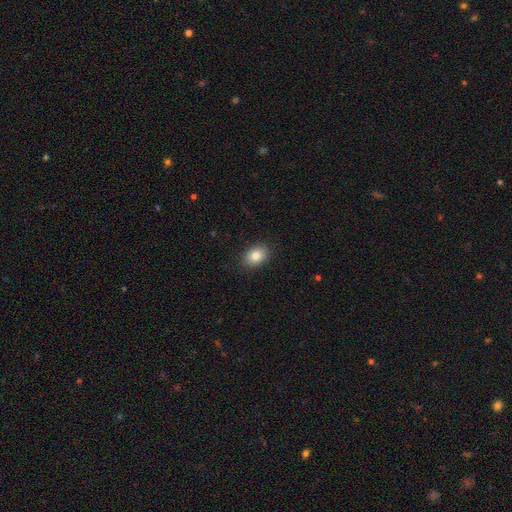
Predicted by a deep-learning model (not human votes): Smooth or featured? Predicted: smooth (p=0.83). How rounded? Predicted: in between (p=0.77). Merging? Predicted: none (p=0.89).